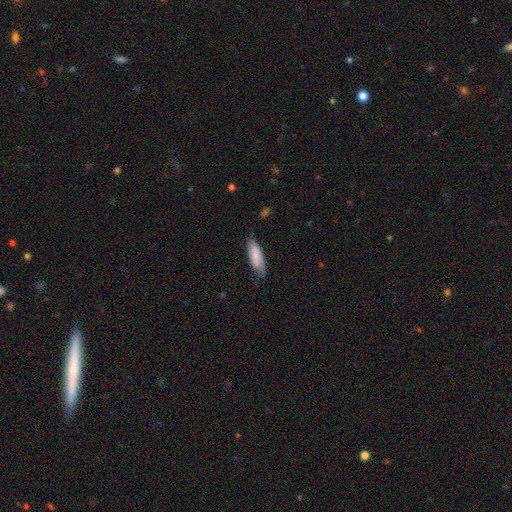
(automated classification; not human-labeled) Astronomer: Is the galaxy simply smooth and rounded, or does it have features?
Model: smooth — 75%.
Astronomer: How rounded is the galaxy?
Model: in between — 56% (runner-up: cigar-shaped, 43%).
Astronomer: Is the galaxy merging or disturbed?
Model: none — 67%.